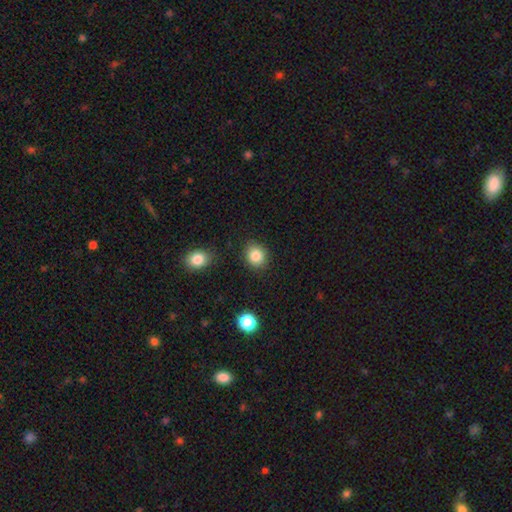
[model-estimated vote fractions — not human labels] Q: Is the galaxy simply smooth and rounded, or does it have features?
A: smooth — 85%.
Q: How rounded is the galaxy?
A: round — 73%.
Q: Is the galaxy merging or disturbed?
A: none — 87%.